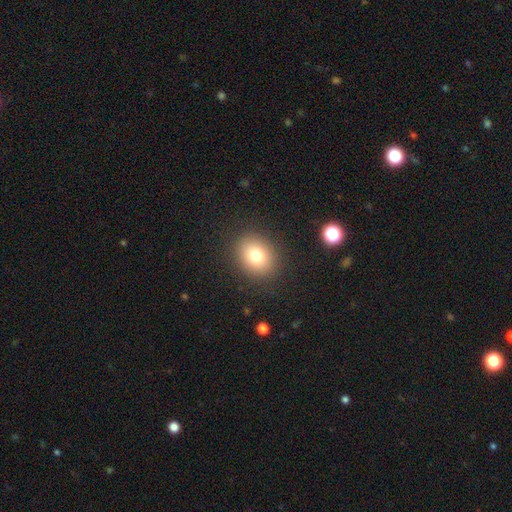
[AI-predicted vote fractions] smooth_or_featured: smooth (p=0.78) [alt: star or artifact p=0.12]
how_rounded: round (p=0.57) [alt: in between p=0.42]
merging: none (p=0.88) [alt: minor disturbance p=0.07]